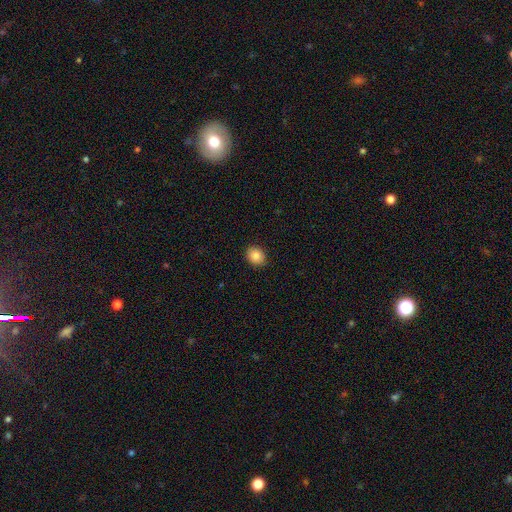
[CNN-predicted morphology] The model was most divided on "how rounded": round: 52%, in between: 47%, cigar-shaped: 1%. More confident: merging — none (89%); smooth or featured — smooth (85%).